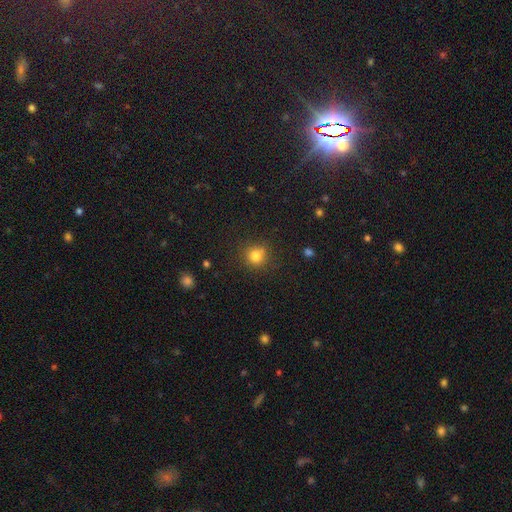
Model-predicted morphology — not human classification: Smooth or featured? Predicted: smooth (p=0.80). How rounded? Predicted: round (p=0.88). Merging? Predicted: none (p=0.76).